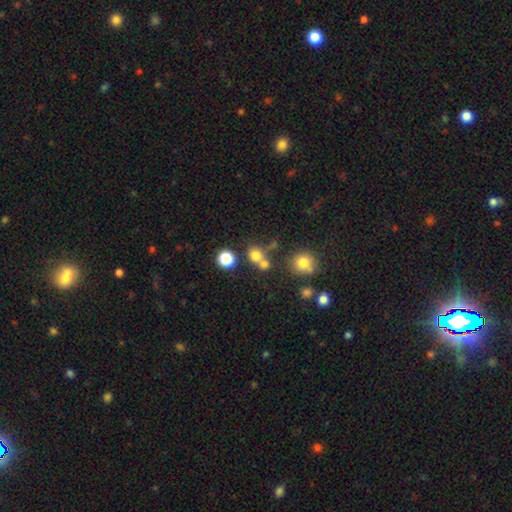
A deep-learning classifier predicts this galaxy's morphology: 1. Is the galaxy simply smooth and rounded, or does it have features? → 73% smooth, 18% star or artifact, 9% featured or disk.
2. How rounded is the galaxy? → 79% round, 20% in between, 1% cigar-shaped.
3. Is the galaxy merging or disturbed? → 52% none, 34% merger, 9% minor disturbance, 5% major disturbance.